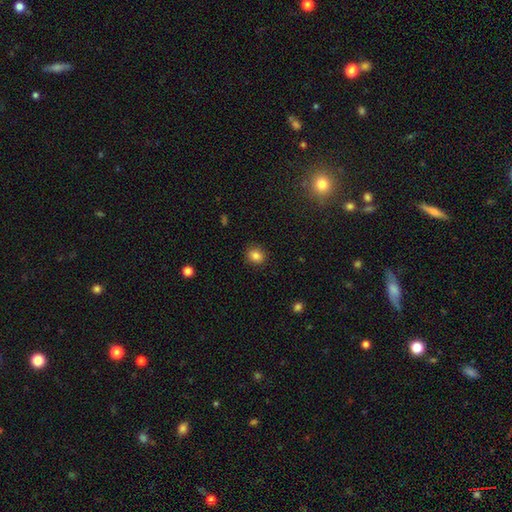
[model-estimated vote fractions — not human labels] This is clearly a smooth galaxy (84%). How rounded: likely round (70%). Merging: clearly none (89%).